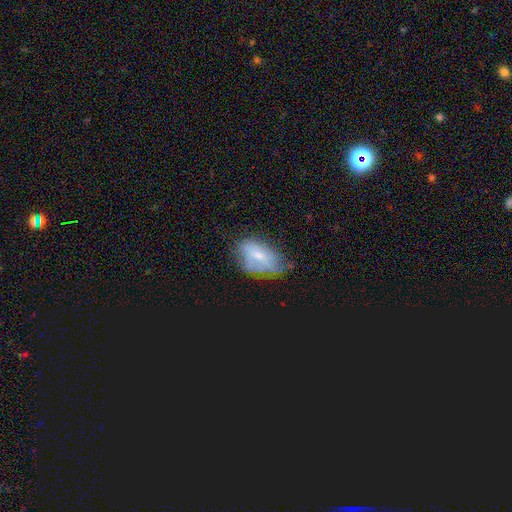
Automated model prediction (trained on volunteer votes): Smooth or featured?
  - featured or disk: 39% *
  - smooth: 38%
  - star or artifact: 23%
Merging?
  - none: 55% *
  - minor disturbance: 30%
  - major disturbance: 13%
  - merger: 2%